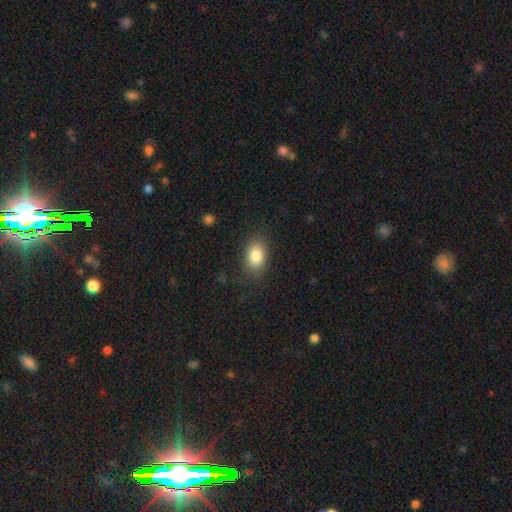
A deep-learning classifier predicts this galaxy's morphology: Smooth or featured? smooth (84%)
How rounded? in between (84%)
Merging? none (81%)